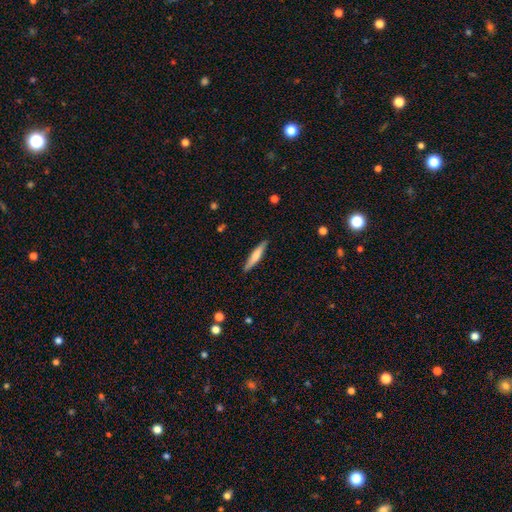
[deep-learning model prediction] smooth_or_featured: smooth (p=0.61) [alt: featured or disk p=0.34]
how_rounded: cigar-shaped (p=0.90) [alt: in between p=0.09]
merging: none (p=0.90) [alt: minor disturbance p=0.08]